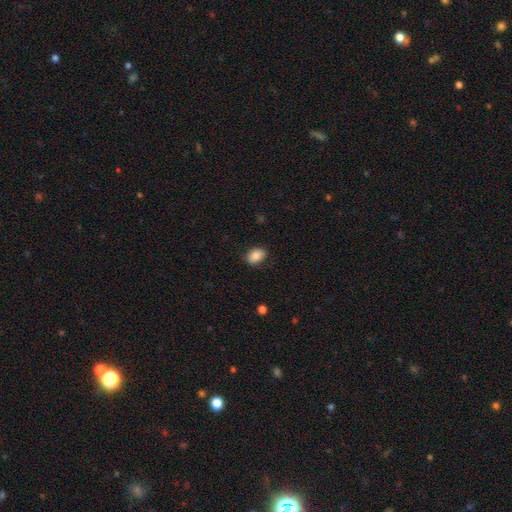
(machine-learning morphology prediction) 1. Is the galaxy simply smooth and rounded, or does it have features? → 84% smooth, 8% star or artifact, 8% featured or disk.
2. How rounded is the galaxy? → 71% in between, 28% round, 1% cigar-shaped.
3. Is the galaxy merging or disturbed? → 85% none, 12% minor disturbance, 2% major disturbance, 1% merger.